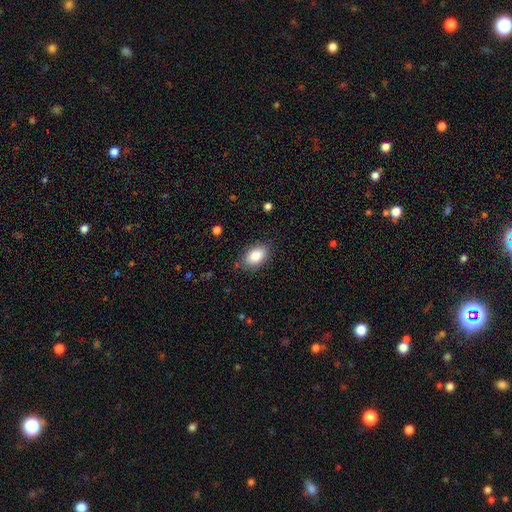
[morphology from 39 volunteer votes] A smooth galaxy with no disk features (82%) that is in between round and cigar-shaped (94%).

Vote fractions:
- Smooth or featured? smooth: 82% / featured or disk: 13% / star or artifact: 5%
- How rounded? in between: 94% / round: 6% / cigar-shaped: 0%
- Merging? none: 78% / minor disturbance: 14% / major disturbance: 8% / merger: 0%